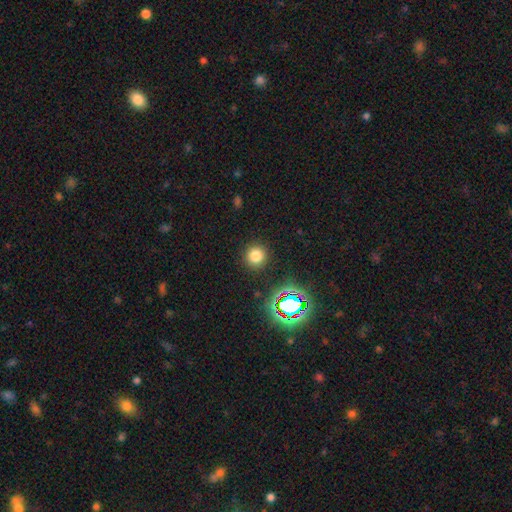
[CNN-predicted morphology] Overall: smooth (76%). How rounded: round (92%). Merging: none (90%).